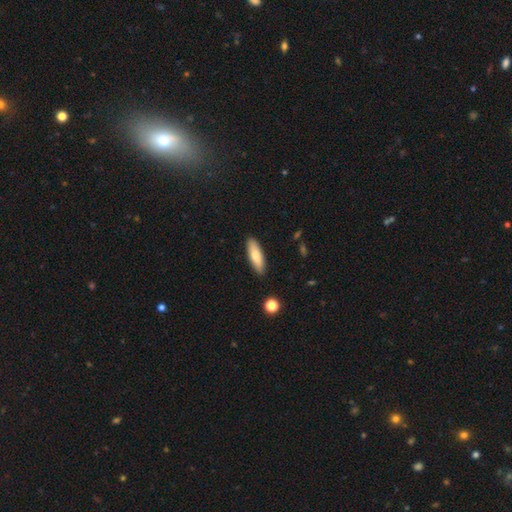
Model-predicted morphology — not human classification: smooth 74%, featured or disk 20%, star or artifact 6%. Down the decision tree: how rounded — cigar-shaped (55%); merging — none (89%).